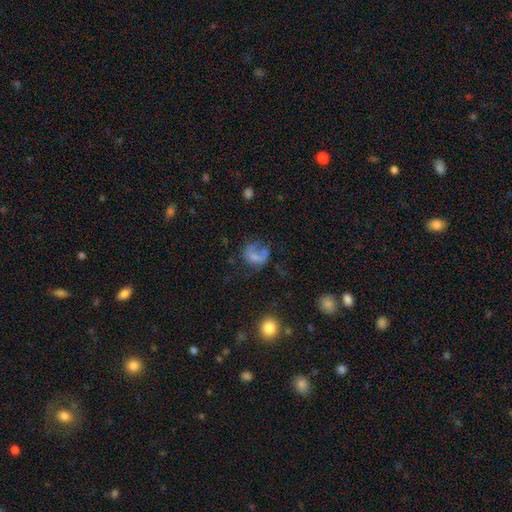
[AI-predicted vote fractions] Overall: smooth (51%; featured or disk 35%). How rounded: round (57%; in between 42%). Merging: major disturbance (38%; none 32%).